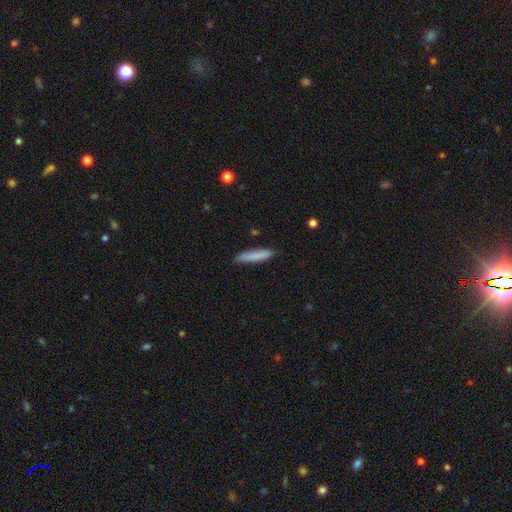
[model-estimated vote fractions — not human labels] smooth_or_featured: smooth (p=0.84) [alt: featured or disk p=0.10]
how_rounded: cigar-shaped (p=0.88) [alt: in between p=0.11]
merging: none (p=0.87) [alt: minor disturbance p=0.10]